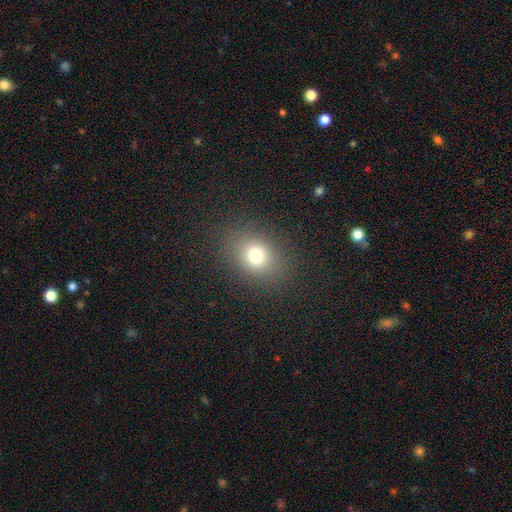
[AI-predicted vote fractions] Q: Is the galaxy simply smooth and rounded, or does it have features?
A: smooth — 75%.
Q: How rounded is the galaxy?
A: round — 52%.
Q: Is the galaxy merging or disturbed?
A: none — 85%.